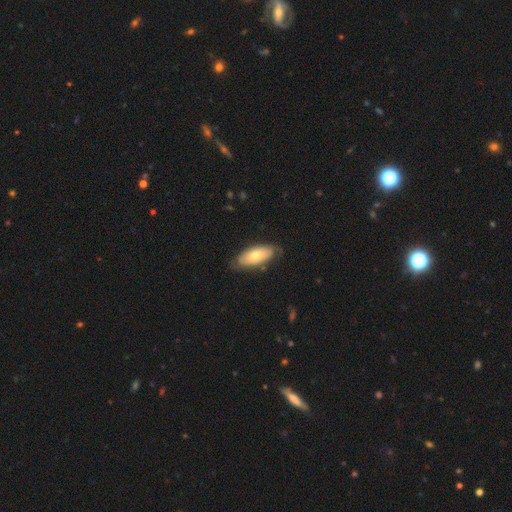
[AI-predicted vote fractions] This is possibly a smooth galaxy (59%). How rounded: clearly in between (87%). Merging: likely none (73%).